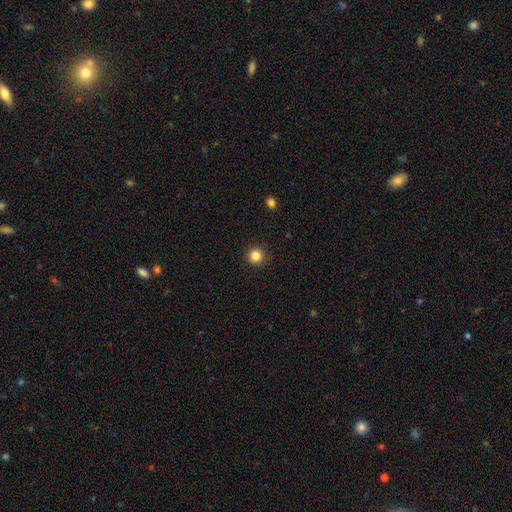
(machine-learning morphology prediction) Overall: smooth (84%). How rounded: round (95%). Merging: none (92%).